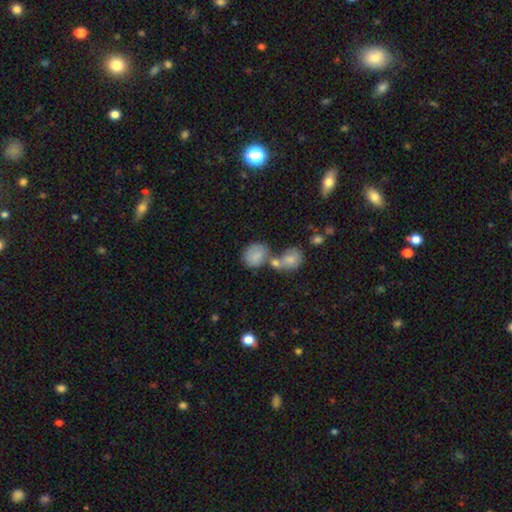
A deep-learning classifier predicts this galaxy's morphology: Q: Smooth or featured?
A: smooth (80%); runner-up: featured or disk (12%)
Q: How rounded?
A: round (55%); runner-up: in between (44%)
Q: Merging?
A: merger (47%); runner-up: none (34%)